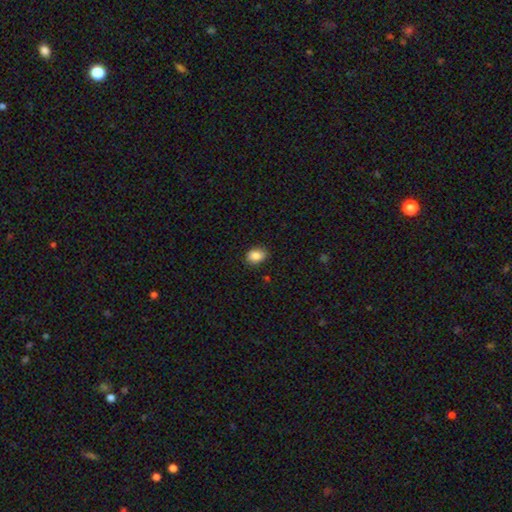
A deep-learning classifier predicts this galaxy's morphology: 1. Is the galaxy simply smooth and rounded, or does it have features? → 86% smooth, 8% star or artifact, 5% featured or disk.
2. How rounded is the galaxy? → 71% in between, 28% round, 1% cigar-shaped.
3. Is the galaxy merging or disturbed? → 85% none, 11% minor disturbance, 2% major disturbance, 1% merger.